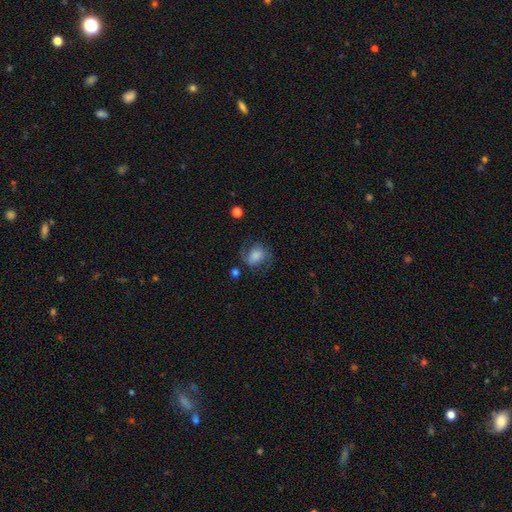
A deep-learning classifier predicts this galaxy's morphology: A featured or disk galaxy (52%) with no bar (59%), spiral arms (89%) and a large central bulge (35%). Merging: none (63%).